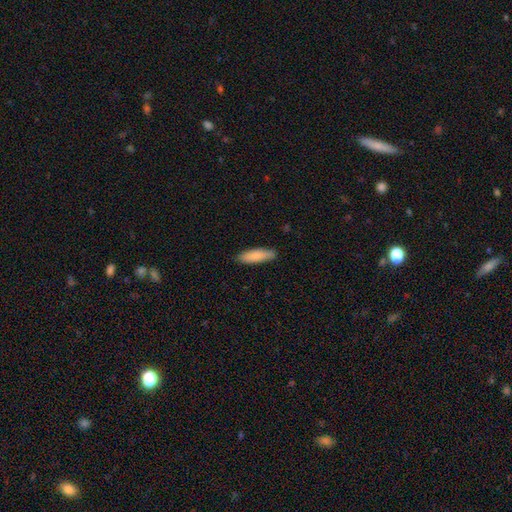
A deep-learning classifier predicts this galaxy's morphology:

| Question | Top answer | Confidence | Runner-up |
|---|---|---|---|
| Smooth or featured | smooth | 85% | featured or disk (10%) |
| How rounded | cigar-shaped | 54% | in between (44%) |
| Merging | none | 86% | minor disturbance (11%) |